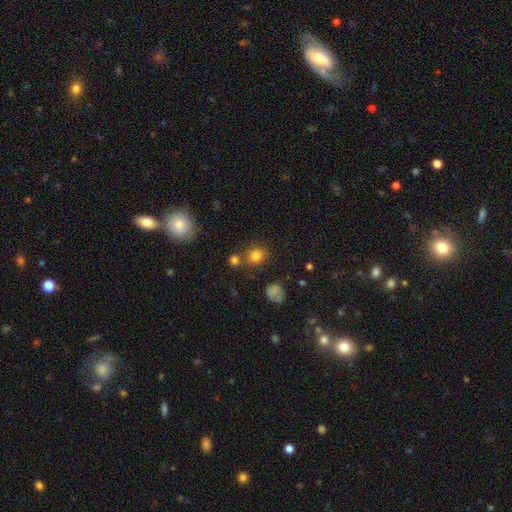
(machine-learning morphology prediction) smooth 79%, star or artifact 14%, featured or disk 7%. Down the decision tree: how rounded — round (81%); merging — none (70%).